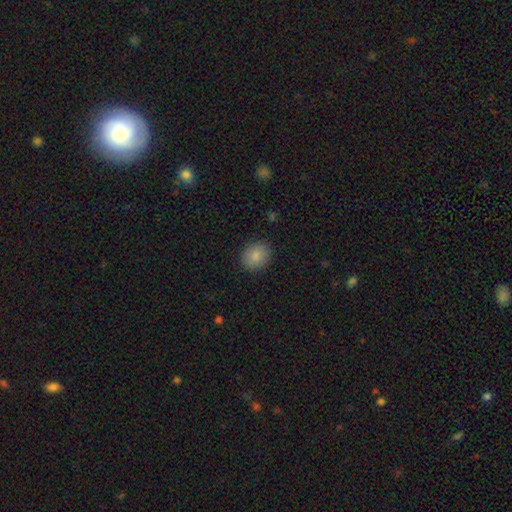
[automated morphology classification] type=smooth (85%); roundness=round (63%); merging=none (88%).